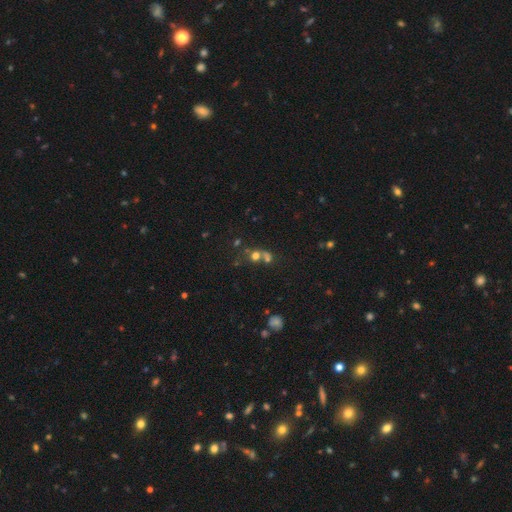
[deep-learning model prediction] smooth-or-featured: smooth: 62% | star or artifact: 22% | featured or disk: 16%
  how-rounded: round: 77% | in between: 21% | cigar-shaped: 1%
  merging: merger: 50% | none: 35% | minor disturbance: 8% | major disturbance: 6%